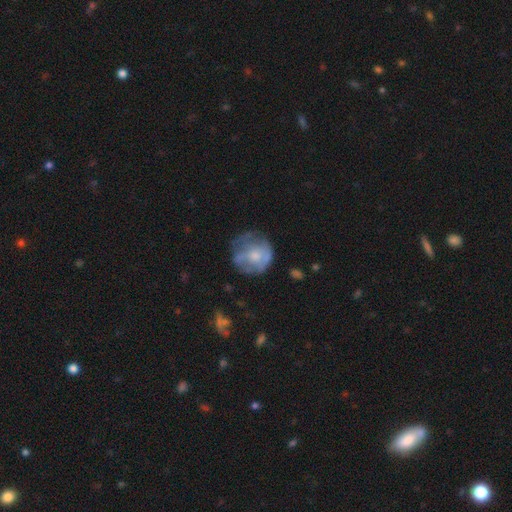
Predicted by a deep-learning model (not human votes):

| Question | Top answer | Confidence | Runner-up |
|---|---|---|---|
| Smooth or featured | smooth | 47% | featured or disk (45%) |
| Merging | none | 56% | minor disturbance (24%) |